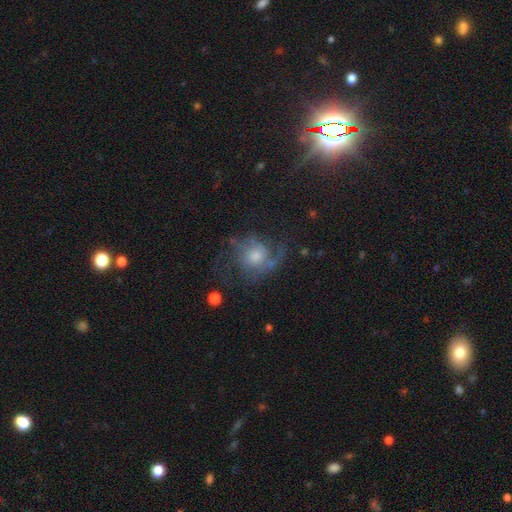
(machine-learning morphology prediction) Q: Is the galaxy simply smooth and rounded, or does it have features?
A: featured or disk — 63%.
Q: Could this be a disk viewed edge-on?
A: no — 97%.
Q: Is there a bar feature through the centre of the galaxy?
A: no — 76%.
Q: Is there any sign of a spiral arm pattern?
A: yes — 86%.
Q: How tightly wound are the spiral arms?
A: medium — 44%.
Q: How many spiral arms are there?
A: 2 — 49%.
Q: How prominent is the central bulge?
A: moderate — 51%.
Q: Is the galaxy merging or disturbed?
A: none — 54%.